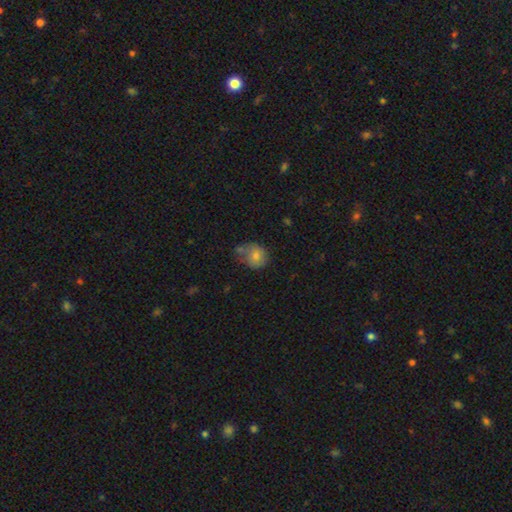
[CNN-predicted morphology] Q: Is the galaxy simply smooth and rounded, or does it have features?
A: smooth — 73%.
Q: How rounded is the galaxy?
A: round — 76%.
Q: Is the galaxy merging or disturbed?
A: none — 51%.